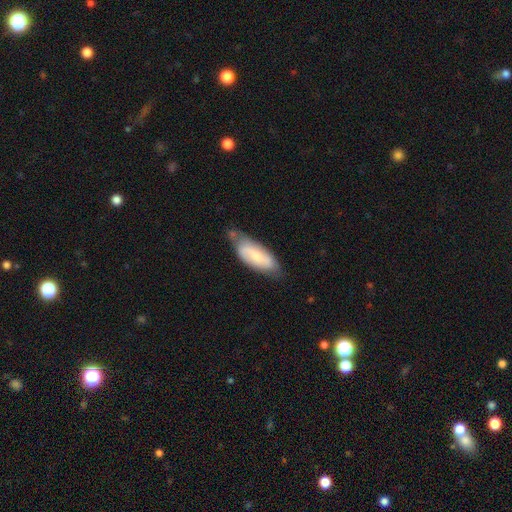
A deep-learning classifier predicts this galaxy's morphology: smooth 47% (tied), featured or disk 47% (tied), star or artifact 6%. Down the decision tree: merging — none (56%).